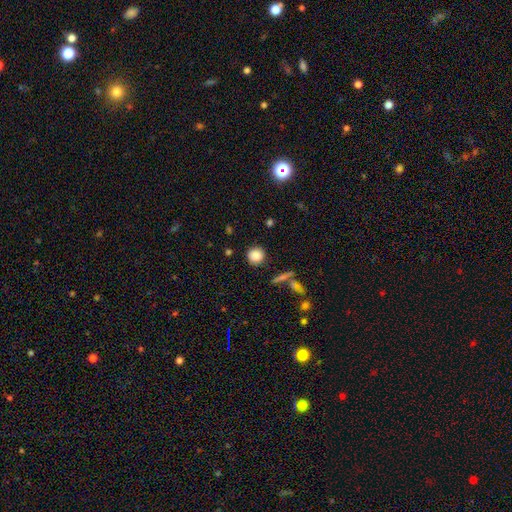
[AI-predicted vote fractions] This is clearly a smooth galaxy (85%). How rounded: clearly round (92%). Merging: clearly none (88%).